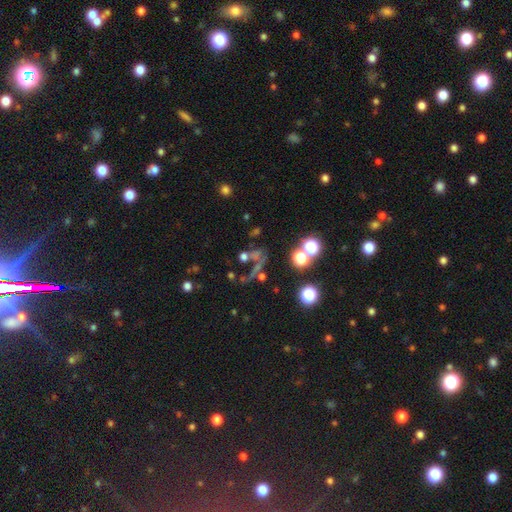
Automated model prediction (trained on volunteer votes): smooth-or-featured: star or artifact: 43% | smooth: 31% | featured or disk: 26%